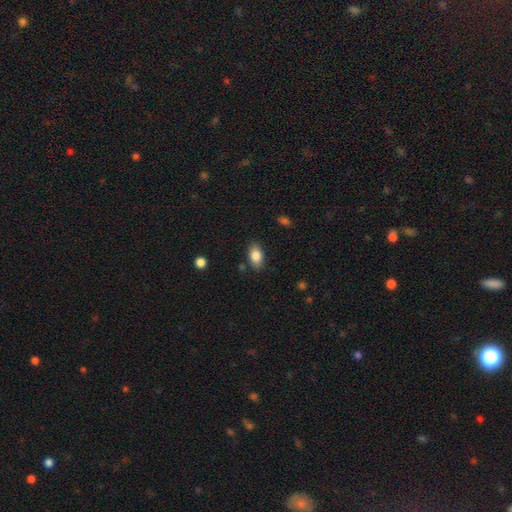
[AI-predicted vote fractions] A smooth galaxy with no disk features (84%) that is in between round and cigar-shaped (91%).

Vote fractions:
- Smooth or featured? smooth: 84% / featured or disk: 8% / star or artifact: 7%
- How rounded? in between: 91% / round: 7% / cigar-shaped: 3%
- Merging? none: 84% / minor disturbance: 11% / major disturbance: 3% / merger: 2%